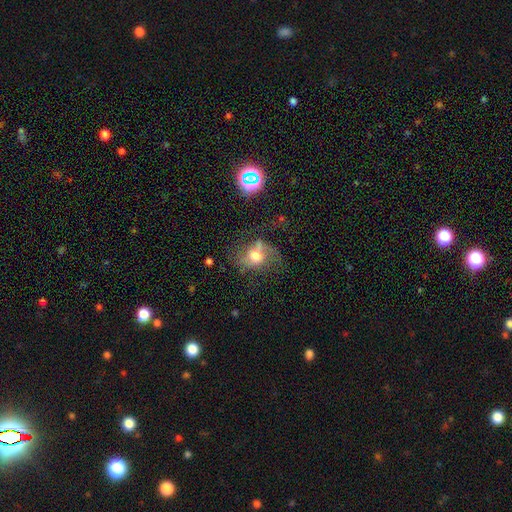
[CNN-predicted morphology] type=featured or disk (45%); merging=none (40%).